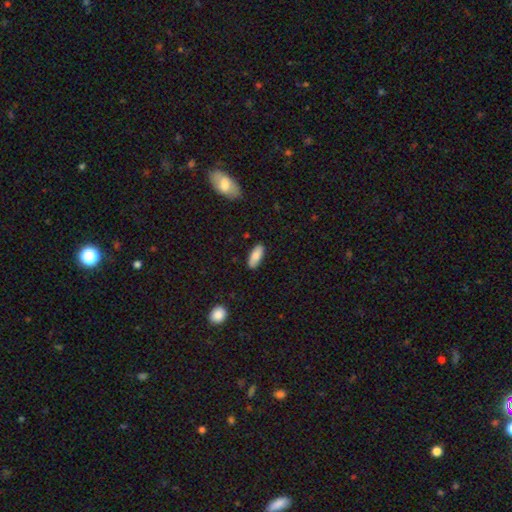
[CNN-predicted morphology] Smooth or featured: smooth — 84% (featured or disk — 10%)
How rounded: in between — 75% (cigar-shaped — 23%)
Merging: none — 86% (minor disturbance — 10%)